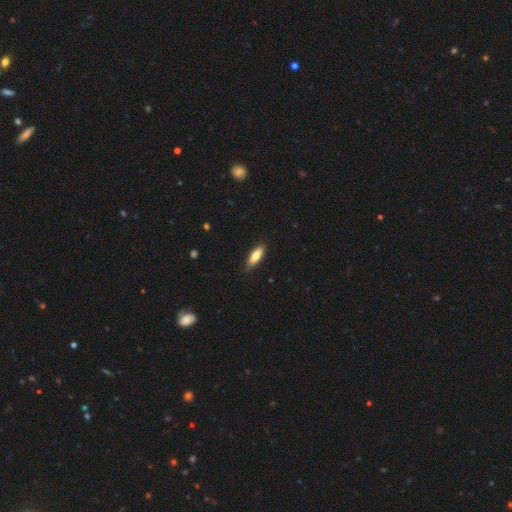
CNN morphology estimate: A smooth galaxy with no disk features (79%) that is in between round and cigar-shaped (60%). Merging: none (82%).